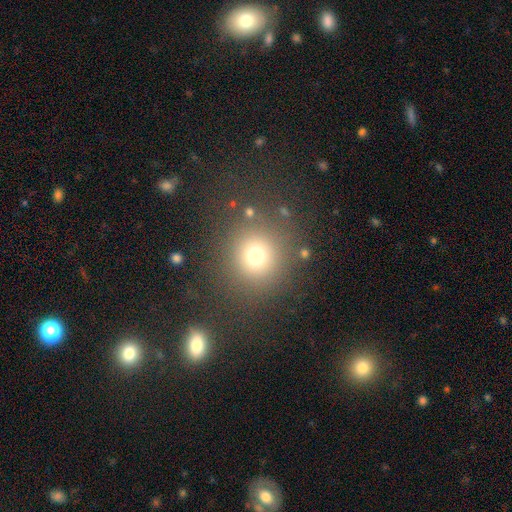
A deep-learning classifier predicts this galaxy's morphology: Smooth or featured: smooth — 74% (star or artifact — 17%)
How rounded: round — 90% (in between — 9%)
Merging: none — 81% (minor disturbance — 9%)